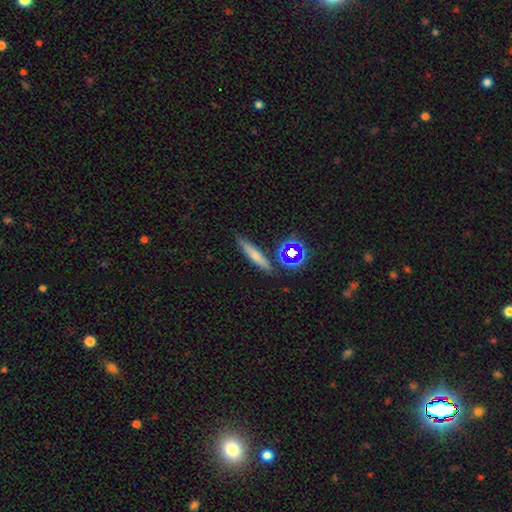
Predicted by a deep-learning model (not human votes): Q: Smooth or featured?
A: smooth (65%); runner-up: featured or disk (22%)
Q: How rounded?
A: cigar-shaped (83%); runner-up: in between (11%)
Q: Merging?
A: none (83%); runner-up: minor disturbance (10%)